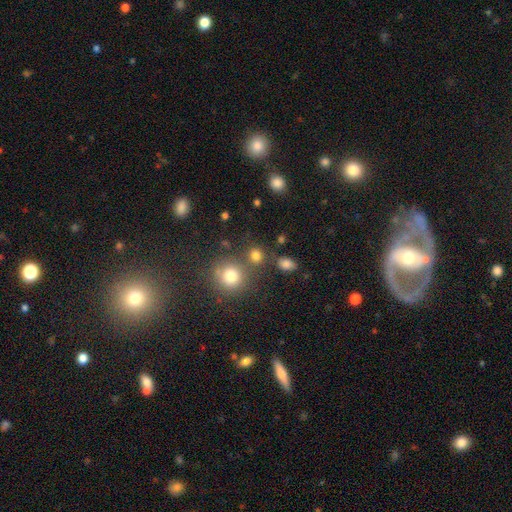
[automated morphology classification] Smooth or featured? Predicted: smooth (p=0.78). How rounded? Predicted: round (p=0.79). Merging? Predicted: none (p=0.70).